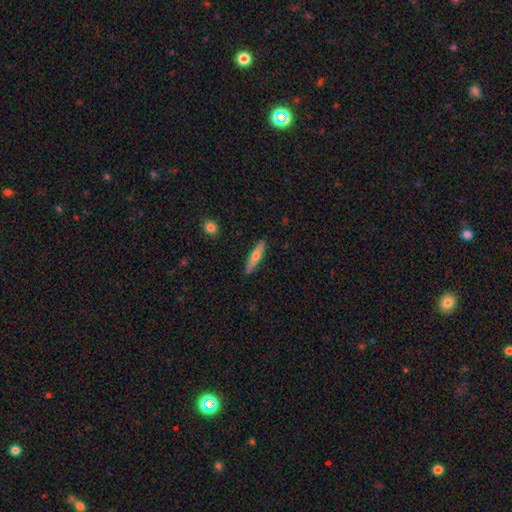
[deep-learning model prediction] smooth 55%, featured or disk 39%, star or artifact 6%. Down the decision tree: how rounded — cigar-shaped (79%); merging — none (89%).